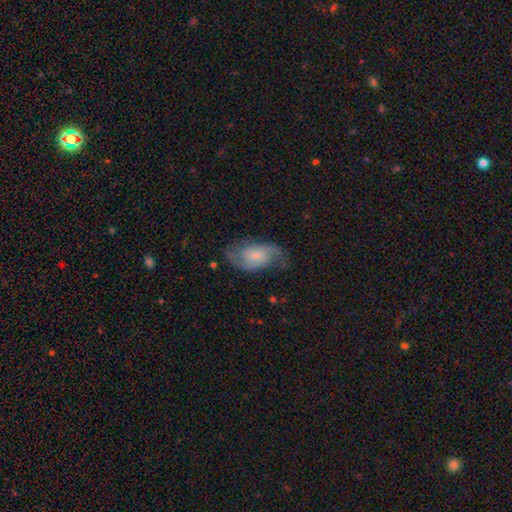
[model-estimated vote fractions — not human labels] smooth-or-featured: featured or disk: 68% | smooth: 25% | star or artifact: 7%
  disk-edge-on: no: 96% | yes: 4%
    bar: no: 55% | weak: 38% | strong: 8%
    has-spiral-arms: yes: 91% | no: 9%
      spiral-winding: medium: 44% | loose: 39% | tight: 17%
      spiral-arm-count: 2: 85% | can't tell: 8% | 1: 3% | 3: 2% | 4: 1% | more than 4: 1%
    bulge-size: small: 48% | moderate: 33% | none: 11% | large: 6% | dominant: 2%
  merging: none: 62% | minor disturbance: 23% | major disturbance: 13% | merger: 2%